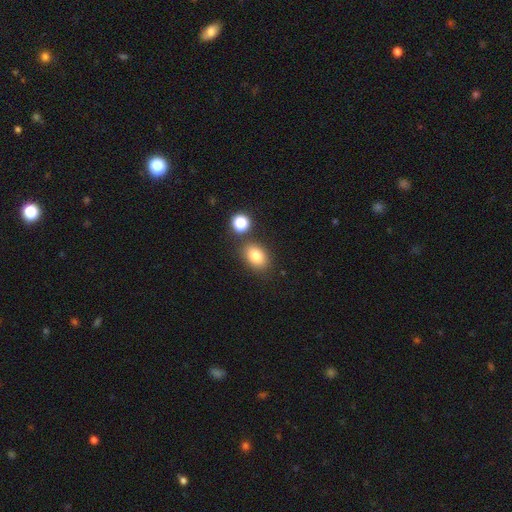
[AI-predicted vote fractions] Smooth or featured?
  - smooth: 81% *
  - star or artifact: 11%
  - featured or disk: 8%
How rounded?
  - in between: 75% *
  - round: 24%
  - cigar-shaped: 1%
Merging?
  - none: 77% *
  - minor disturbance: 11%
  - merger: 9%
  - major disturbance: 3%